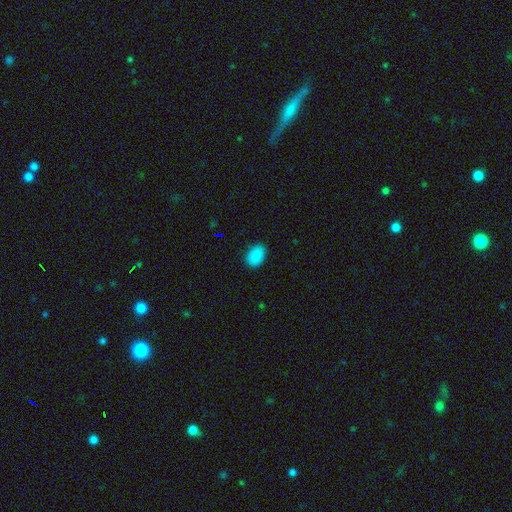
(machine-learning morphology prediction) A smooth galaxy with no disk features (88%) that is in between round and cigar-shaped (84%). Merging: none (85%).